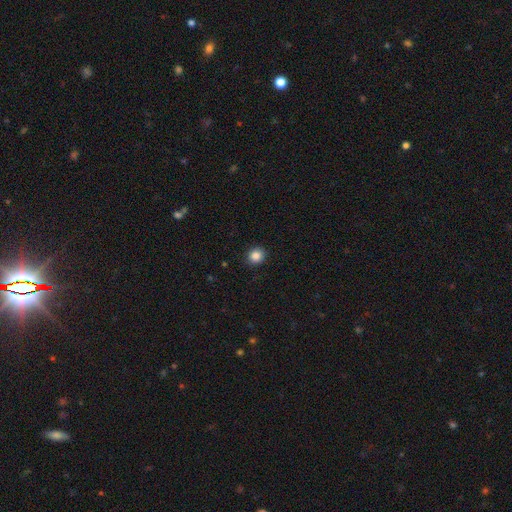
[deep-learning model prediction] A smooth galaxy with no disk features (86%) that is round (85%).

Vote fractions:
- Smooth or featured? smooth: 86% / star or artifact: 10% / featured or disk: 4%
- How rounded? round: 85% / in between: 14% / cigar-shaped: 1%
- Merging? none: 91% / minor disturbance: 6% / major disturbance: 2% / merger: 1%